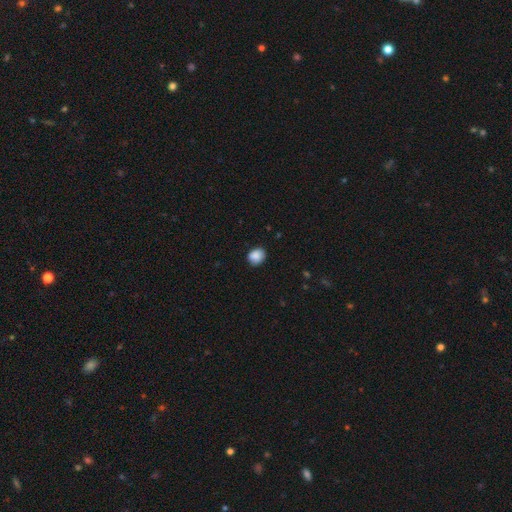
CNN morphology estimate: type=smooth (88%); roundness=round (52%); merging=none (80%).